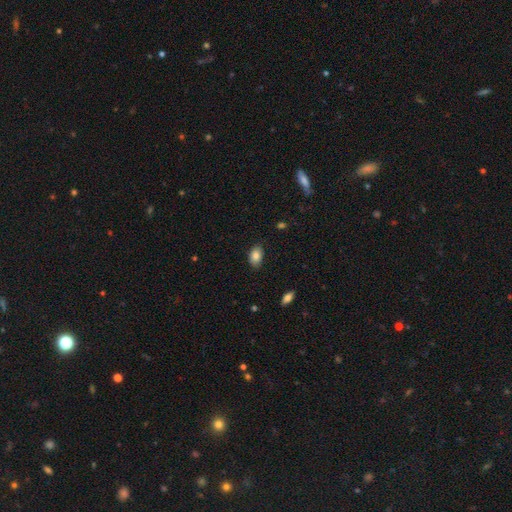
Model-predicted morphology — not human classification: smooth_or_featured: smooth (p=0.84) [alt: featured or disk p=0.08]
how_rounded: in between (p=0.89) [alt: round p=0.10]
merging: none (p=0.83) [alt: minor disturbance p=0.13]